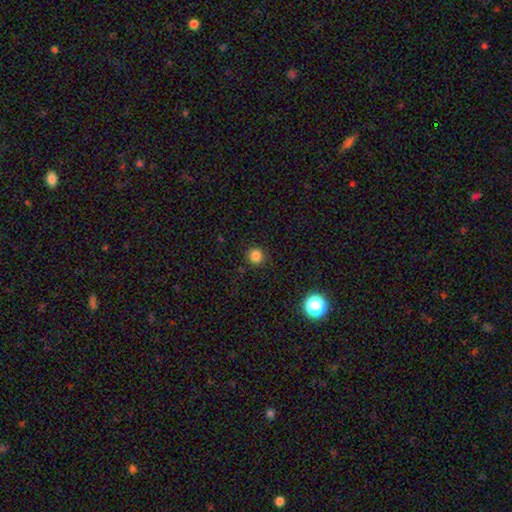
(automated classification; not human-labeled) Q: Smooth or featured?
A: smooth (83%); runner-up: star or artifact (13%)
Q: How rounded?
A: round (94%); runner-up: in between (5%)
Q: Merging?
A: none (90%); runner-up: minor disturbance (6%)